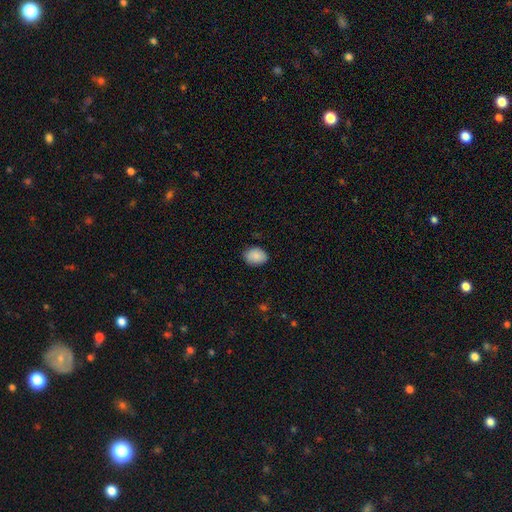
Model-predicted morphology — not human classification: Overall: smooth (88%). How rounded: in between (70%). Merging: none (85%).